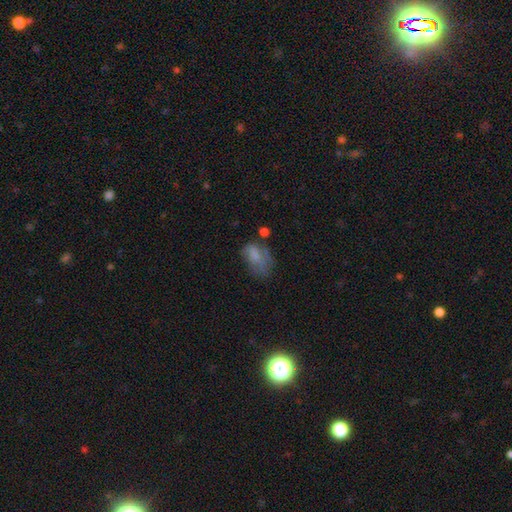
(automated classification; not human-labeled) The model was most divided on "merging": none: 32%, major disturbance: 31%, minor disturbance: 30%, merger: 7%. More confident: how rounded — in between (84%); smooth or featured — smooth (69%).